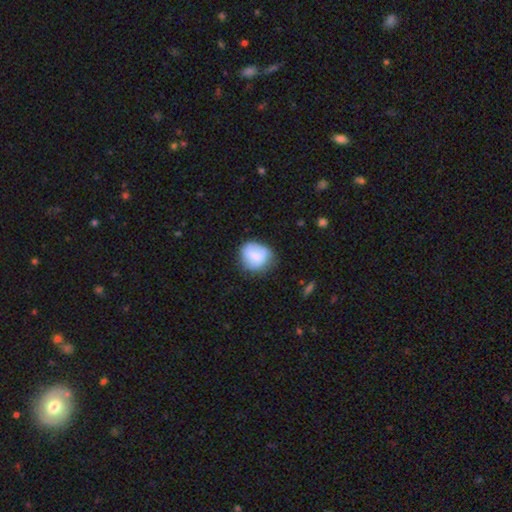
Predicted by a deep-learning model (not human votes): smooth-or-featured: smooth: 71% | featured or disk: 21% | star or artifact: 8%
  how-rounded: round: 71% | in between: 28% | cigar-shaped: 1%
  merging: none: 58% | minor disturbance: 28% | major disturbance: 11% | merger: 3%